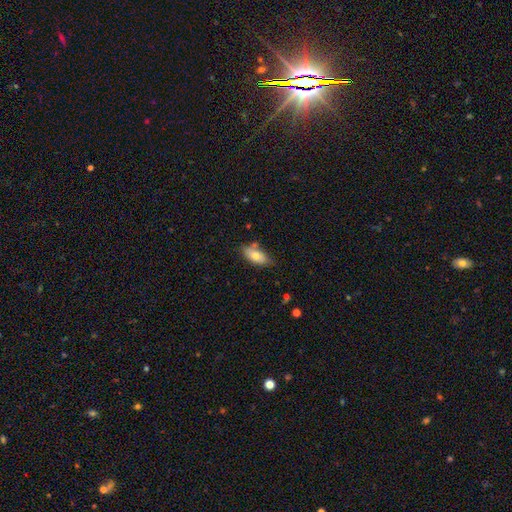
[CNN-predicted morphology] type=smooth (73%); roundness=in between (90%); merging=none (64%).